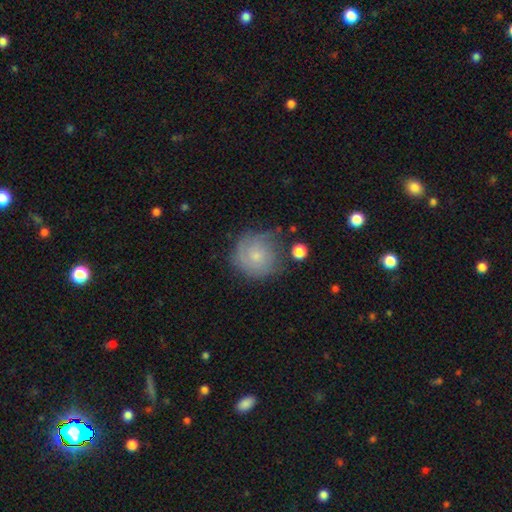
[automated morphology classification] Smooth or featured? Predicted: featured or disk (p=0.47). Merging? Predicted: none (p=0.64).